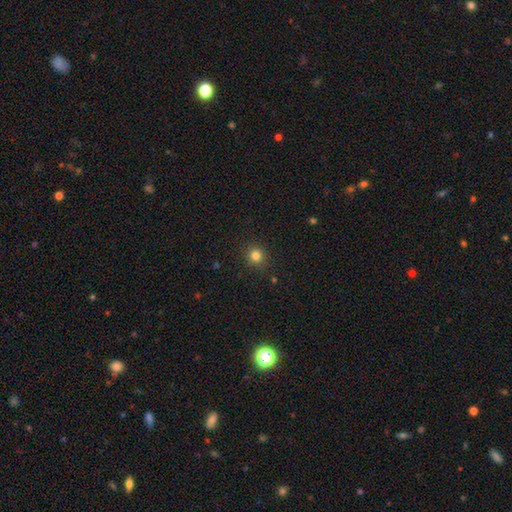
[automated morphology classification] Overall: smooth (82%). How rounded: round (92%). Merging: none (90%).